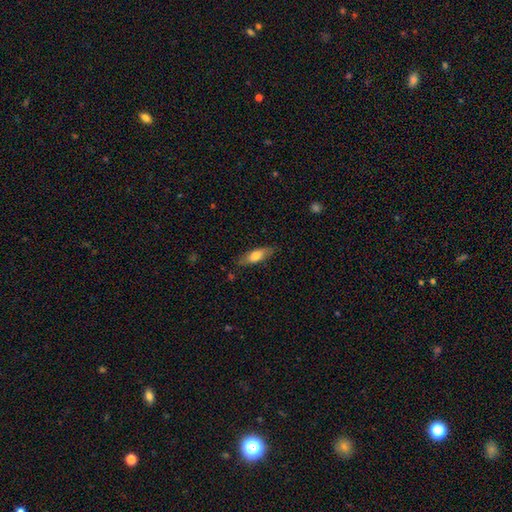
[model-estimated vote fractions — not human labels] smooth-or-featured: smooth: 70% | featured or disk: 24% | star or artifact: 6%
  how-rounded: in between: 59% | cigar-shaped: 39% | round: 2%
  merging: none: 80% | minor disturbance: 15% | major disturbance: 3% | merger: 1%